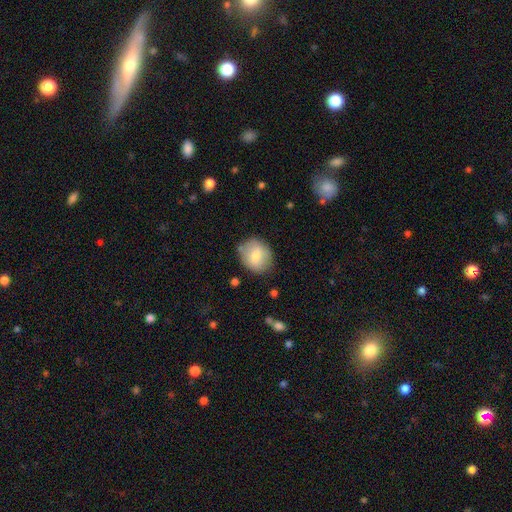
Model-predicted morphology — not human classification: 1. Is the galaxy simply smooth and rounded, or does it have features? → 74% smooth, 19% featured or disk, 7% star or artifact.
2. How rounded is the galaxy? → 64% round, 35% in between, 1% cigar-shaped.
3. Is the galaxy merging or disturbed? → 80% none, 14% minor disturbance, 4% major disturbance, 2% merger.